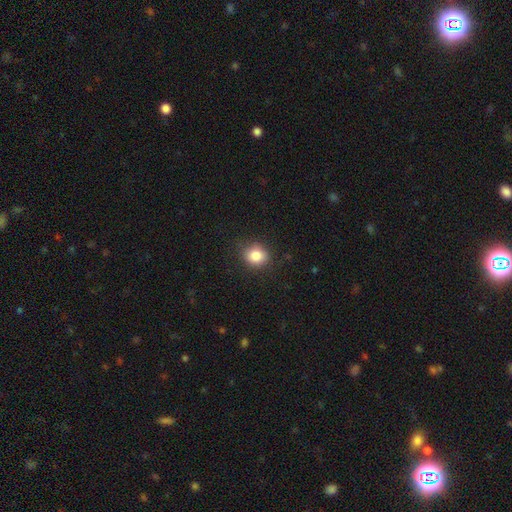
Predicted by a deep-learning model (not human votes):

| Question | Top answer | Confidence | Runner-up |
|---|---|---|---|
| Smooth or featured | smooth | 85% | star or artifact (10%) |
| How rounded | round | 72% | in between (27%) |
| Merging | none | 82% | minor disturbance (14%) |